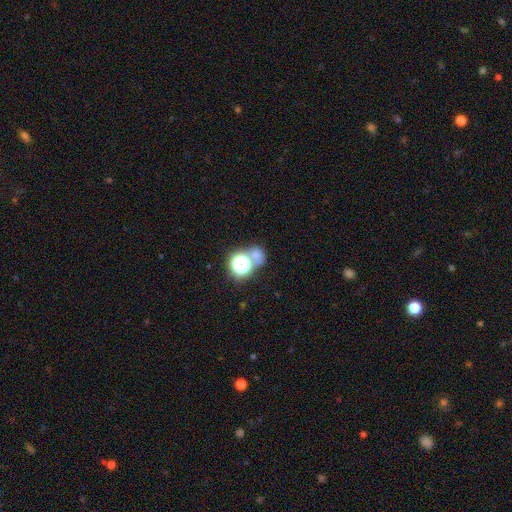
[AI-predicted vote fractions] smooth 57%, star or artifact 33%, featured or disk 11%. Down the decision tree: how rounded — round (76%); merging — none (50%).